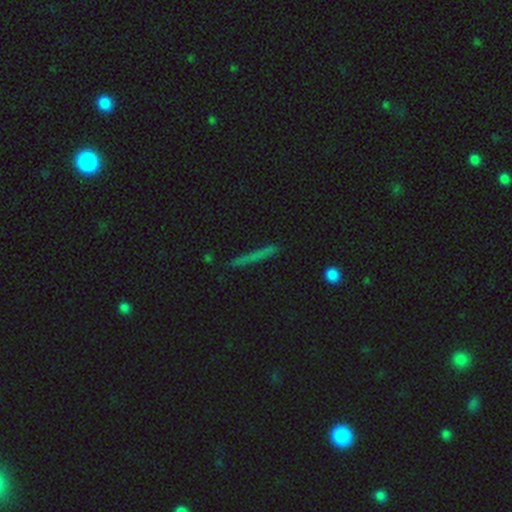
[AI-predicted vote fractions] This appears to be a smooth galaxy with no disk features (56%) that is cigar-shaped (92%). Merging: none (87%).